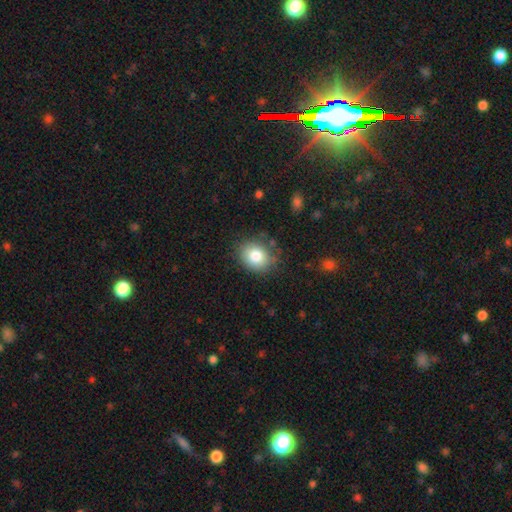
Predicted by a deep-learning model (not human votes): Morphology: type=smooth (81%); roundness=round (56%); merging=none (81%).